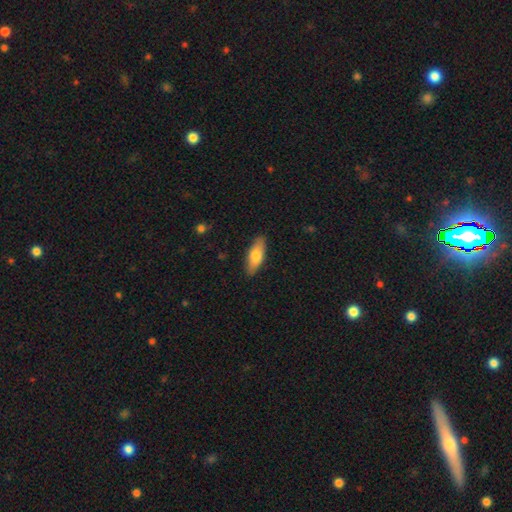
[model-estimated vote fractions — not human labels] A smooth galaxy with no disk features (72%) that is in between round and cigar-shaped (65%). Merging: none (88%).